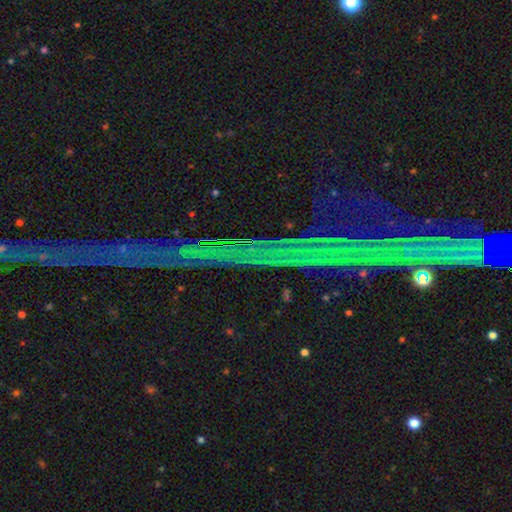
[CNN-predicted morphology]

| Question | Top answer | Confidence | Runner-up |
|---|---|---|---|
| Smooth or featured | star or artifact | 82% | featured or disk (11%) |